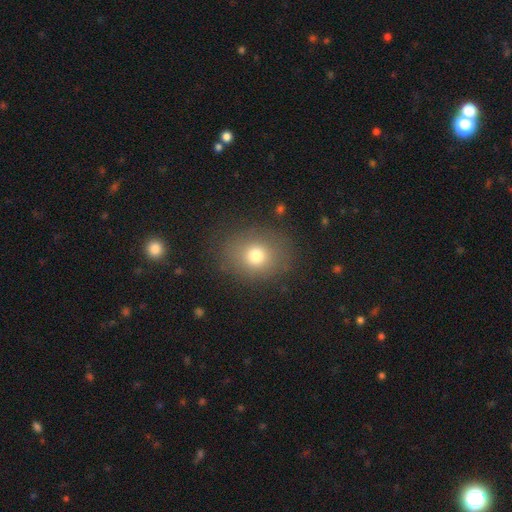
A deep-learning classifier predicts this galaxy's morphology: Smooth or featured? Predicted: smooth (p=0.74). How rounded? Predicted: round (p=0.64). Merging? Predicted: none (p=0.82).